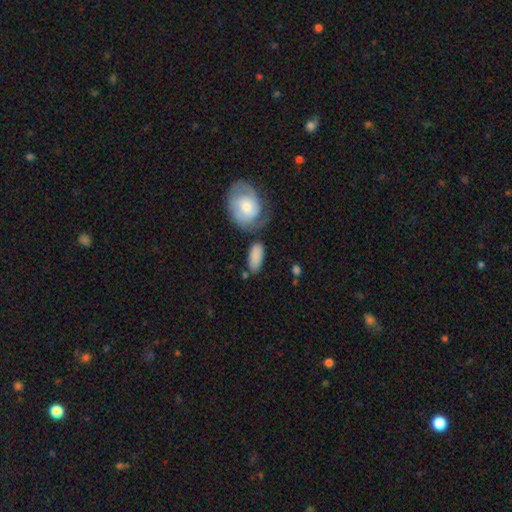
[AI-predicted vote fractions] This is clearly a smooth galaxy (83%). How rounded: clearly in between (89%). Merging: likely none (61%).